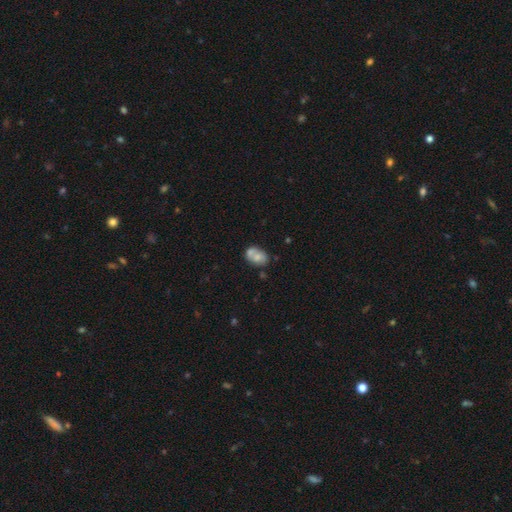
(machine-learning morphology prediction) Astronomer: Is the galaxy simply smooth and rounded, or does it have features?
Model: smooth — 60%.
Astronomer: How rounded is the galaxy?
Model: in between — 74%.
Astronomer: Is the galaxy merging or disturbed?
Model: merger — 38%, tied with none at 38%.